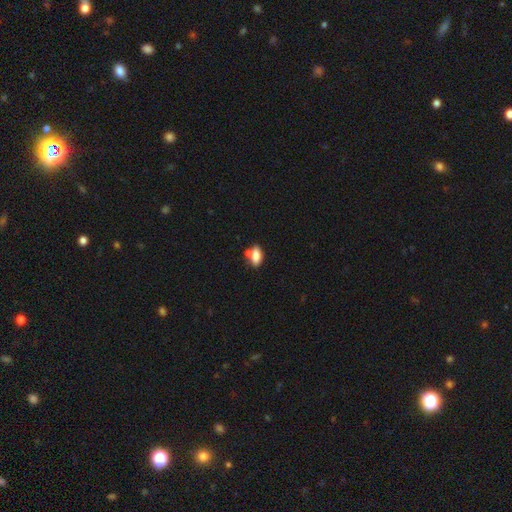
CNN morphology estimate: smooth-or-featured: smooth: 78% | featured or disk: 14% | star or artifact: 8%
  how-rounded: in between: 86% | cigar-shaped: 8% | round: 6%
  merging: none: 59% | merger: 22% | minor disturbance: 15% | major disturbance: 4%